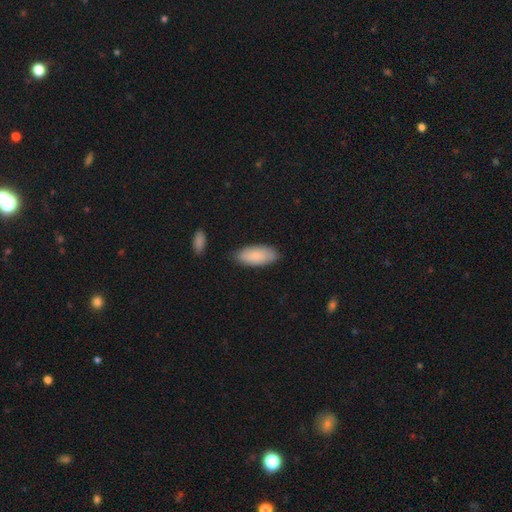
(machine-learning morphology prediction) smooth 85%, featured or disk 9%, star or artifact 6%. Down the decision tree: how rounded — in between (89%); merging — none (82%).